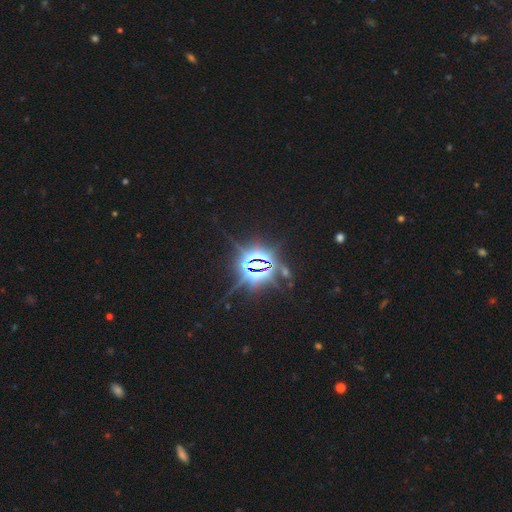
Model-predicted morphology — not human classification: smooth_or_featured: star or artifact (p=0.85) [alt: featured or disk p=0.08]